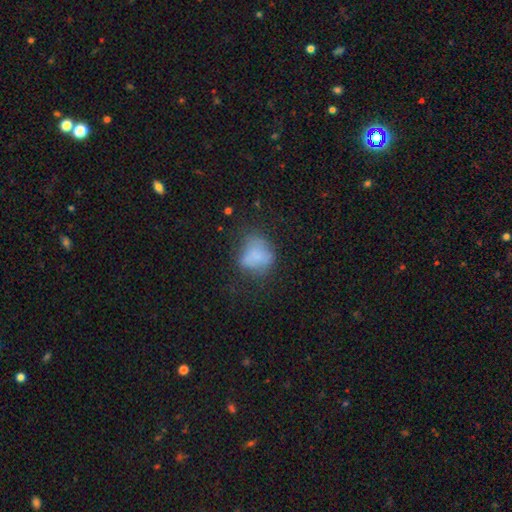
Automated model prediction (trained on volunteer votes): Morphology: type=smooth (64%); roundness=round (55%); merging=none (42%).